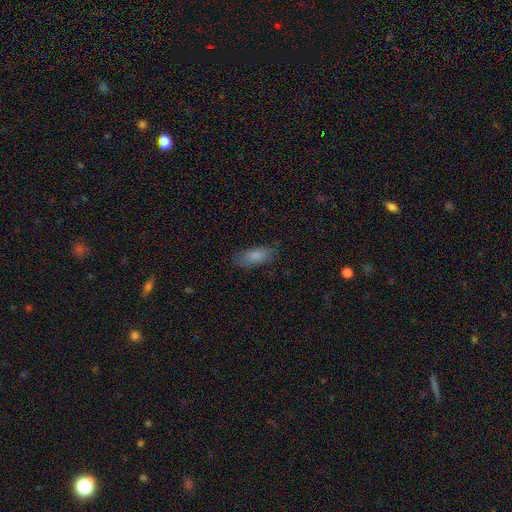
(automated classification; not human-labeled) This appears to be a smooth galaxy with no disk features (84%) that is in between round and cigar-shaped (78%). Merging: none (80%).